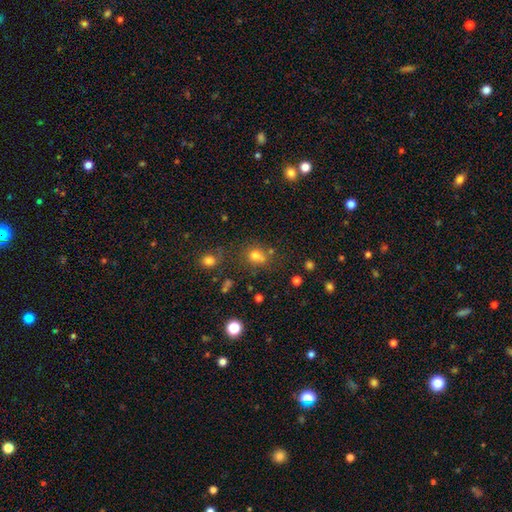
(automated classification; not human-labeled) This appears to be a smooth galaxy with no disk features (70%) that is round (57%). Merging: none (54%).